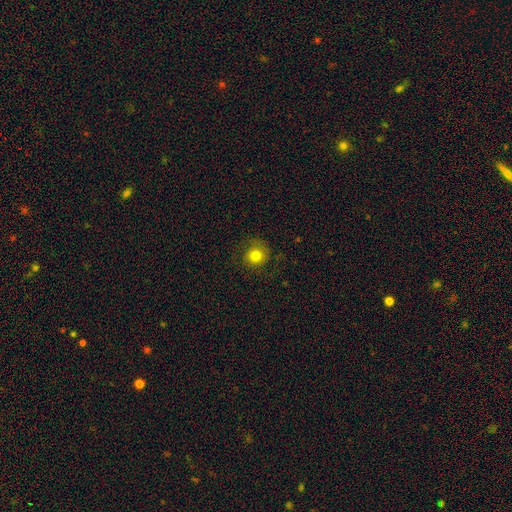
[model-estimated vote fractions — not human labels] This appears to be a smooth galaxy with no disk features (76%) that is round (89%). Merging: none (76%).